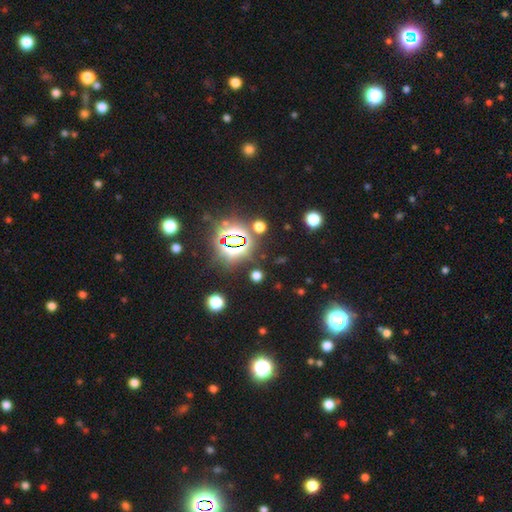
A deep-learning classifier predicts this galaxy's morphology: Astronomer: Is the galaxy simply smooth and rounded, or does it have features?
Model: star or artifact — 83%.